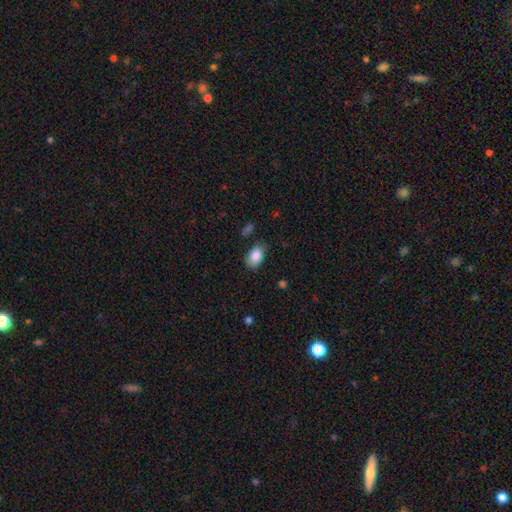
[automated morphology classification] The model was most divided on "merging": none: 73%, minor disturbance: 21%, major disturbance: 4%, merger: 2%. More confident: how rounded — in between (87%); smooth or featured — smooth (86%).